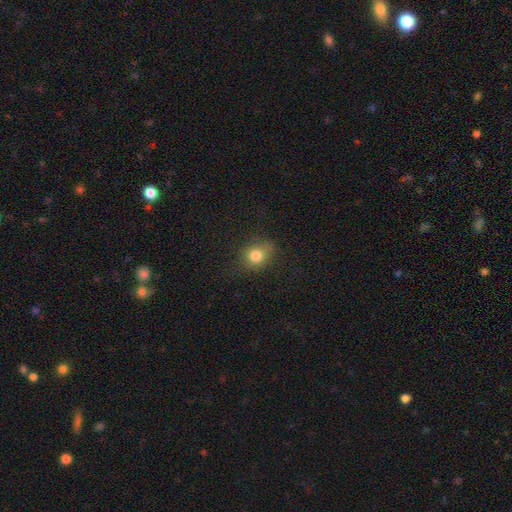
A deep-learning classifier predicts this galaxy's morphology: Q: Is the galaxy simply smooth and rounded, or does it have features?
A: smooth — 79%.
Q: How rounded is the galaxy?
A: round — 59%.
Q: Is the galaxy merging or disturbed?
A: none — 74%.